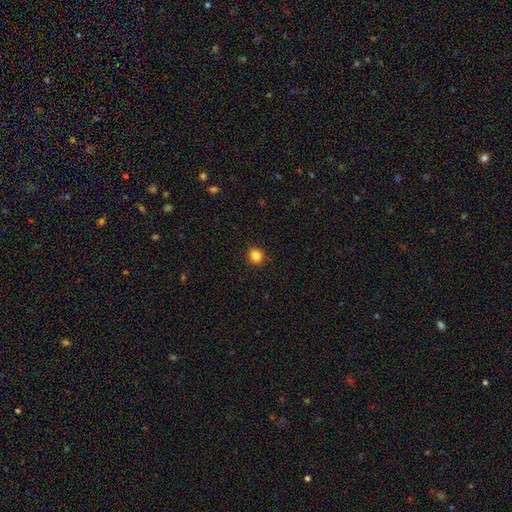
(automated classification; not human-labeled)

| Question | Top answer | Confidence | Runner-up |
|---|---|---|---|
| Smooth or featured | smooth | 84% | star or artifact (11%) |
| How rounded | round | 88% | in between (11%) |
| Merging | none | 91% | minor disturbance (6%) |